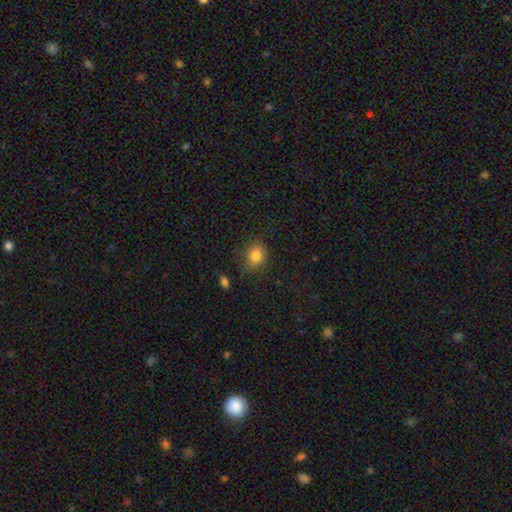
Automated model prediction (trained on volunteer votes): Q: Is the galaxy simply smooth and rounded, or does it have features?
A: smooth — 83%.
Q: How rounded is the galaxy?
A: round — 62%.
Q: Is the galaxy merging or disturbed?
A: none — 80%.